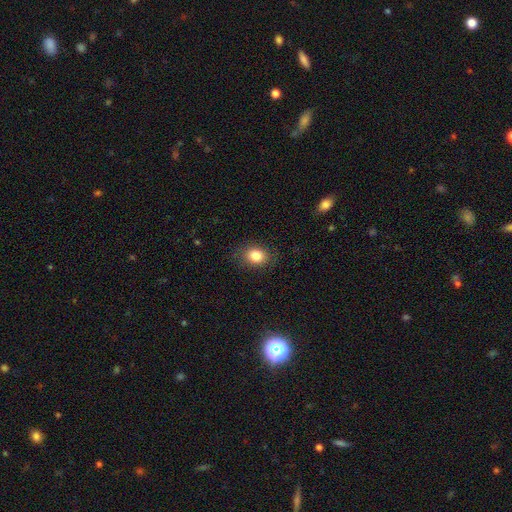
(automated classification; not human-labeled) A smooth galaxy with no disk features (84%) that is in between round and cigar-shaped (51%). Merging: none (85%).